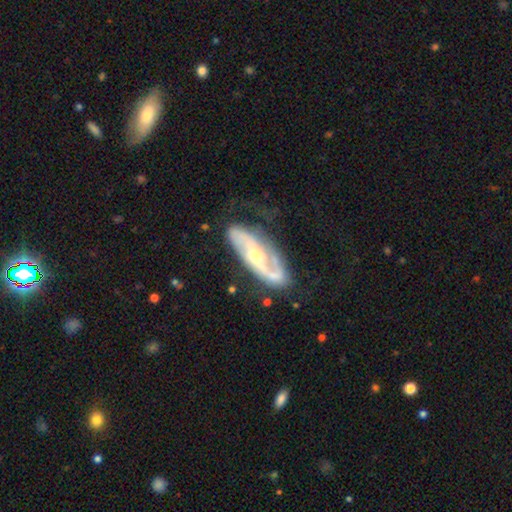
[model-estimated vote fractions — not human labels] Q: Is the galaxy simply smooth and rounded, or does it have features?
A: featured or disk — 84%.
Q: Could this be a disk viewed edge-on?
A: no — 90%.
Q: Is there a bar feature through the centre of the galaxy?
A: no — 42%.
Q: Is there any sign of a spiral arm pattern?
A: yes — 94%.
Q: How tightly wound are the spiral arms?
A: medium — 45%.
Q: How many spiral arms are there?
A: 2 — 83%.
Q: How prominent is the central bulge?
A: moderate — 59%.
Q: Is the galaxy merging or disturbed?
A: none — 61%.